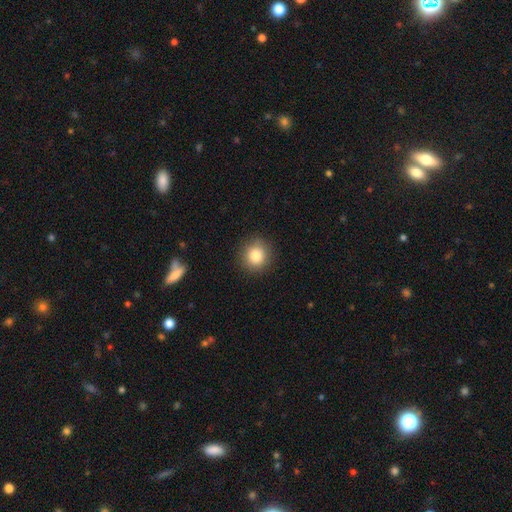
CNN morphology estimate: smooth-or-featured: smooth: 82% | star or artifact: 10% | featured or disk: 7%
  how-rounded: round: 92% | in between: 7% | cigar-shaped: 1%
  merging: none: 90% | minor disturbance: 6% | major disturbance: 2% | merger: 1%